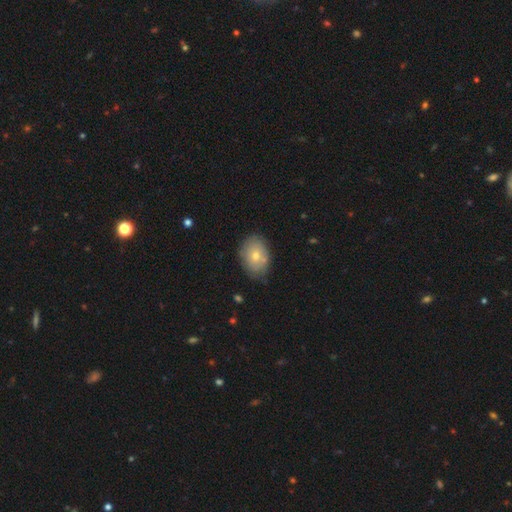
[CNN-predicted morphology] Overall: smooth (68%). How rounded: in between (77%). Merging: none (77%).